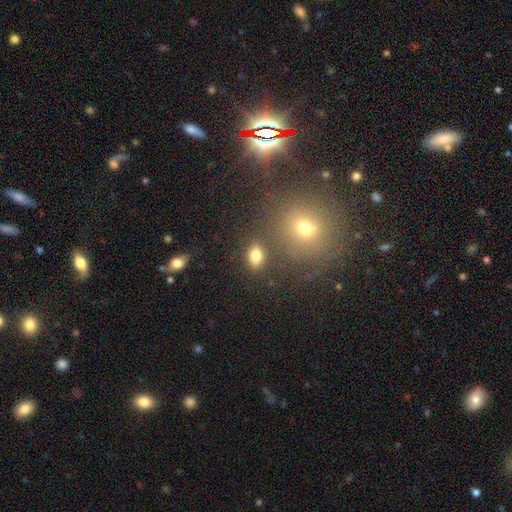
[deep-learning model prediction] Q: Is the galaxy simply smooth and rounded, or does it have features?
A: smooth — 81%.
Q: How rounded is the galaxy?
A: in between — 79%.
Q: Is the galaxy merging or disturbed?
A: none — 79%.